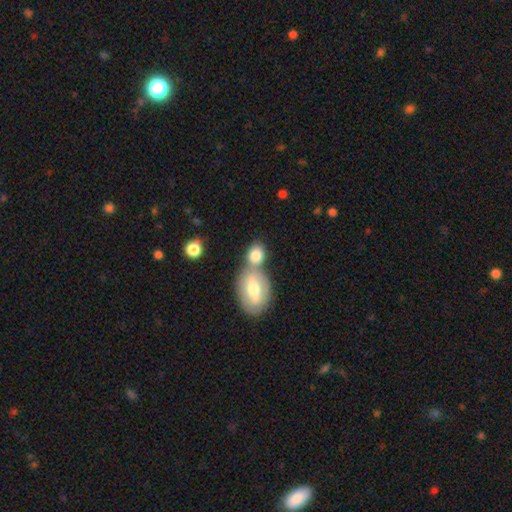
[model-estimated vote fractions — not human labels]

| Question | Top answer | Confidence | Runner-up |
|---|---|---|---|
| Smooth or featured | smooth | 78% | featured or disk (15%) |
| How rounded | in between | 65% | round (33%) |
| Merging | merger | 50% | none (37%) |